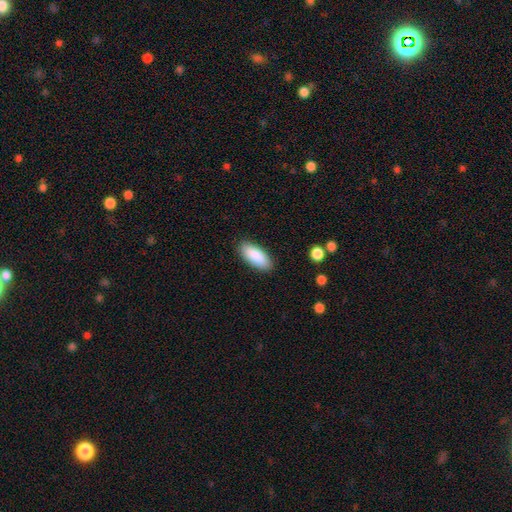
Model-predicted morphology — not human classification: type=smooth (89%); roundness=in between (82%); merging=none (88%).